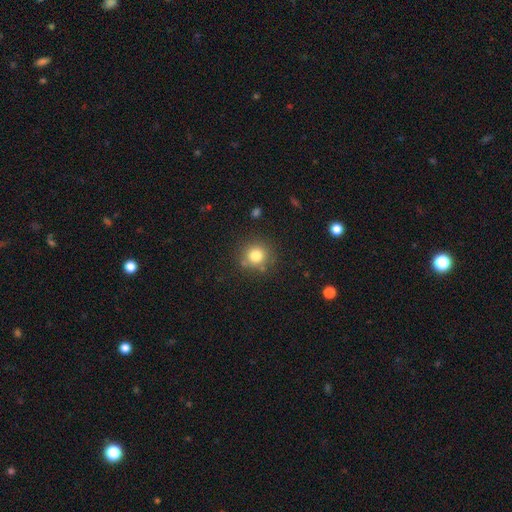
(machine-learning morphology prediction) A smooth galaxy with no disk features (80%) that is round (91%).

Vote fractions:
- Smooth or featured? smooth: 80% / star or artifact: 12% / featured or disk: 7%
- How rounded? round: 91% / in between: 8% / cigar-shaped: 1%
- Merging? none: 81% / minor disturbance: 11% / merger: 4% / major disturbance: 4%